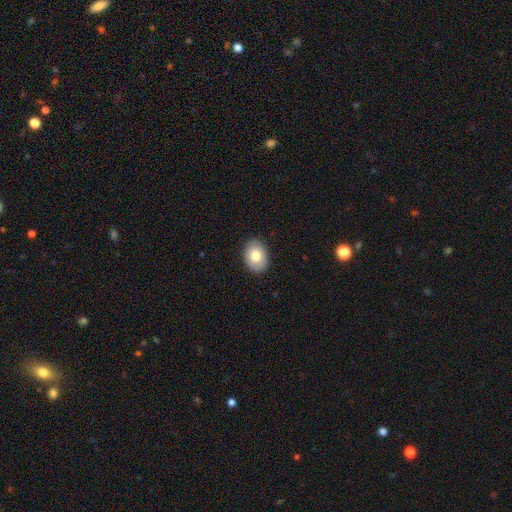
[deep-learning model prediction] Overall: smooth (80%). How rounded: in between (72%). Merging: none (88%).